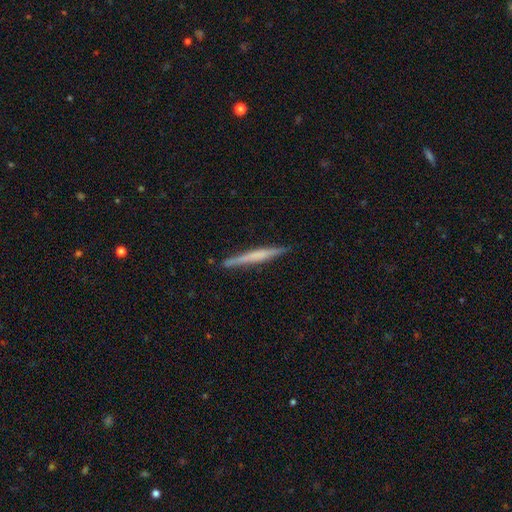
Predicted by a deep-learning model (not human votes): A featured or disk galaxy (52%) viewed edge-on (97%) with no central bulge (56%). Merging: none (87%).